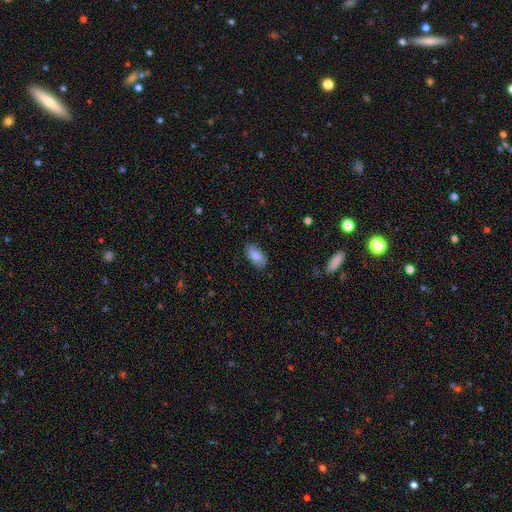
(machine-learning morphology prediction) Smooth or featured? smooth (83%)
How rounded? in between (92%)
Merging? none (83%)